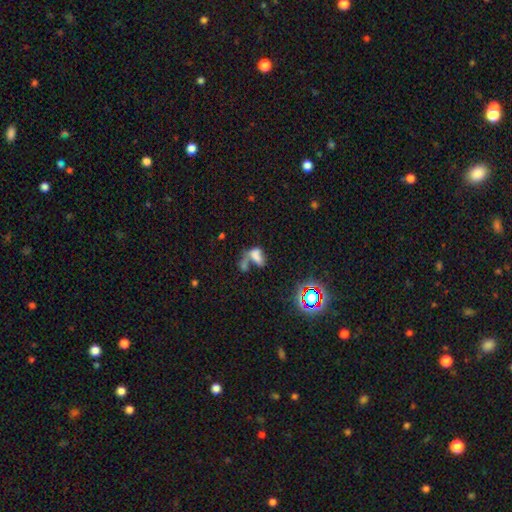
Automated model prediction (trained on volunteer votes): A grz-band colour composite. It shows a smooth galaxy with no disk features (64%) that is in between round and cigar-shaped (86%). Merging: merger (58%).